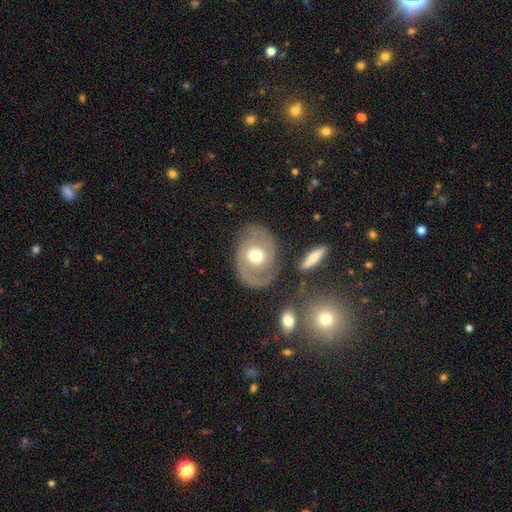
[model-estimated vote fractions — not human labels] A featured or disk galaxy (79%) with no bar (72%), 2 (87%) tight (44%) spiral arms (87%) and a moderate central bulge (74%). Merging: none (78%).